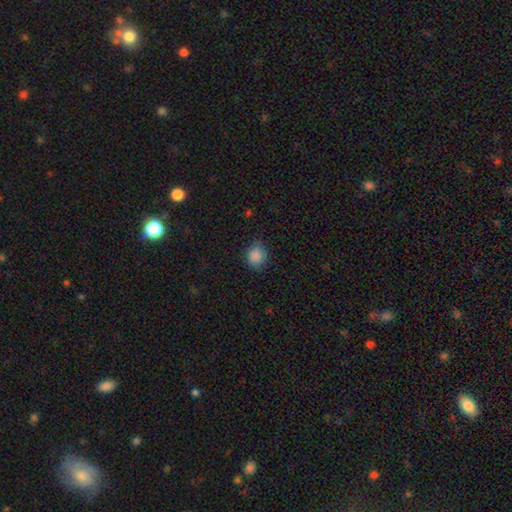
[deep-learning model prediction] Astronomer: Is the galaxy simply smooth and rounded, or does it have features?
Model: smooth — 87%.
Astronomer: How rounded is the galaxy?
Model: round — 70%.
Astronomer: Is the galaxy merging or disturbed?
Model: none — 79%.